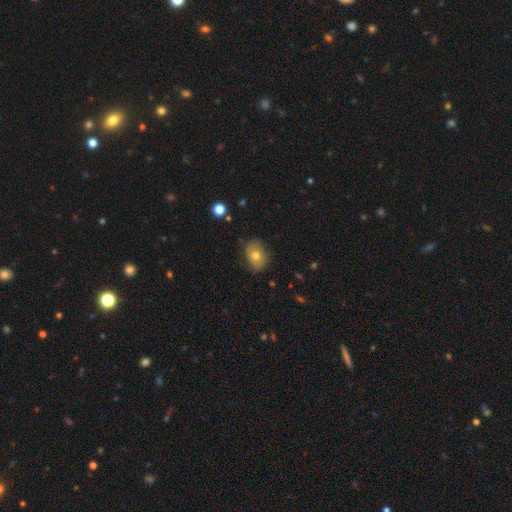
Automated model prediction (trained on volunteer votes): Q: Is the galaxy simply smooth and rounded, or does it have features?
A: smooth — 67%.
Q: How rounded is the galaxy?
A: in between — 68%.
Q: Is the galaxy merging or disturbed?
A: none — 77%.